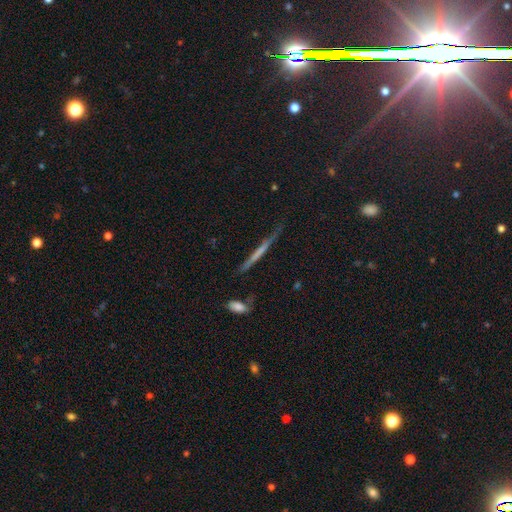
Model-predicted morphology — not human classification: smooth_or_featured: featured or disk (p=0.55) [alt: smooth p=0.36]
disk_edge_on: yes (p=0.95) [alt: no p=0.05]
edge_on_bulge: none (p=0.77) [alt: rounded p=0.14]
merging: none (p=0.78) [alt: minor disturbance p=0.15]